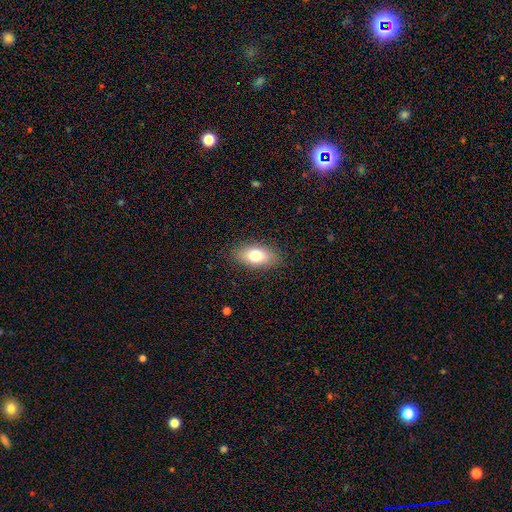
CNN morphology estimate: A smooth galaxy with no disk features (76%) that is in between round and cigar-shaped (89%). Merging: none (86%).